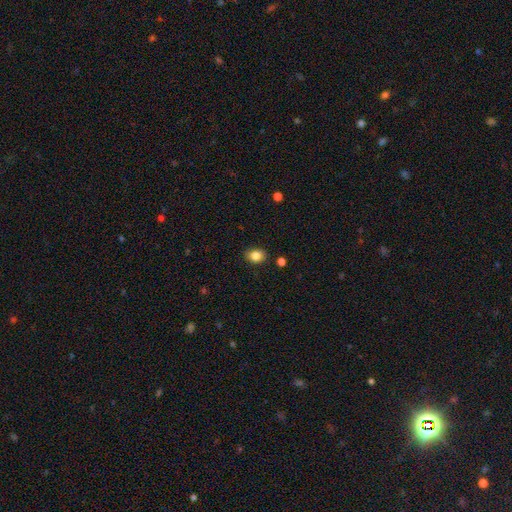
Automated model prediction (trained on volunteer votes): Smooth or featured? smooth (84%)
How rounded? in between (54%)
Merging? none (85%)